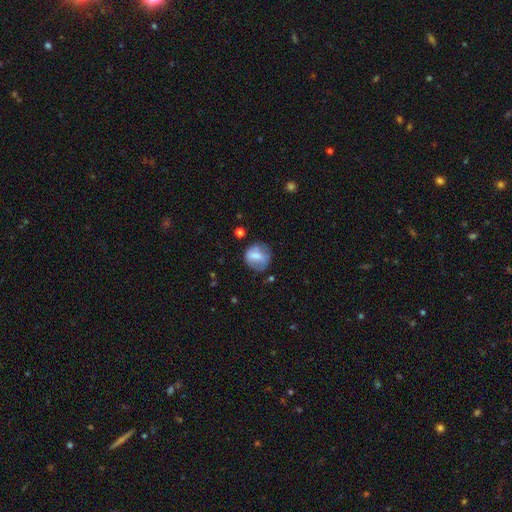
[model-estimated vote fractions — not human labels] Smooth or featured? smooth (65%)
How rounded? round (75%)
Merging? none (61%)